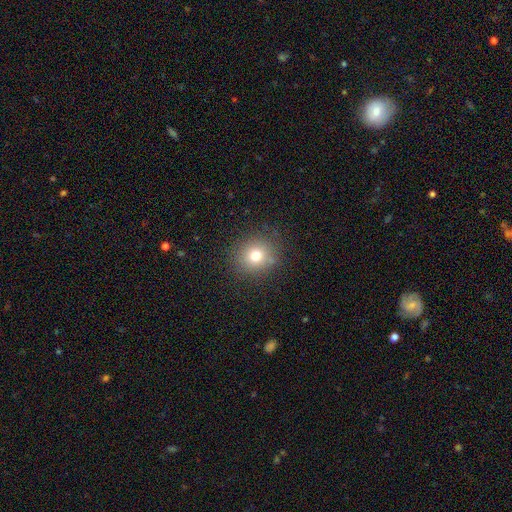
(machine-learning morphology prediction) This is likely a smooth galaxy (74%). How rounded: clearly round (85%). Merging: clearly none (85%).